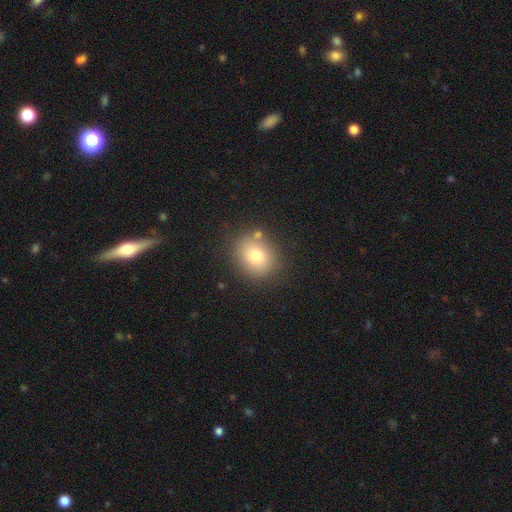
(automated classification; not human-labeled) Smooth or featured? Predicted: smooth (p=0.75). How rounded? Predicted: round (p=0.70). Merging? Predicted: none (p=0.79).